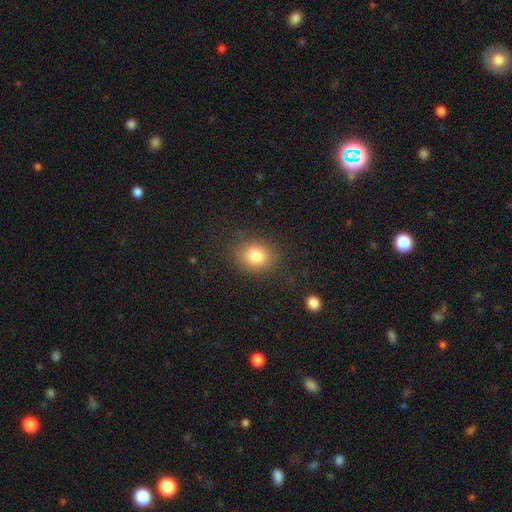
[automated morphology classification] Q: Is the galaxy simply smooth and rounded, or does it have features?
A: smooth — 81%.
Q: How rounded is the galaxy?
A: round — 54%.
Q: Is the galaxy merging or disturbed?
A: none — 82%.